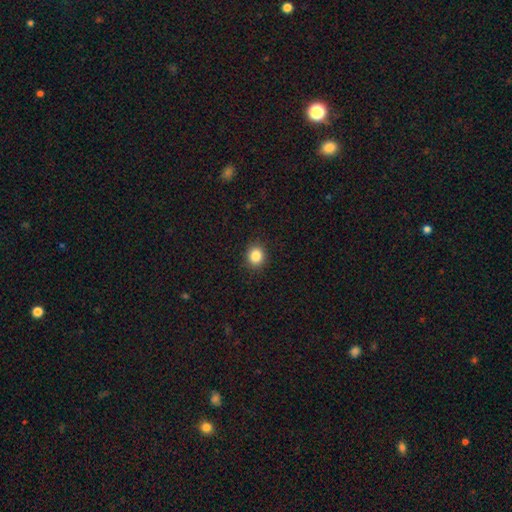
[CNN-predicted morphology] Overall: smooth (85%). How rounded: round (83%). Merging: none (91%).